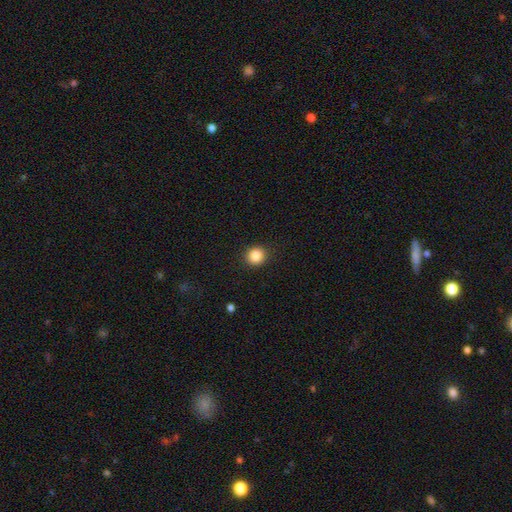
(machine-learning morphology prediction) The model was most divided on "smooth or featured": smooth: 86%, star or artifact: 10%, featured or disk: 4%. More confident: merging — none (92%); how rounded — round (91%).